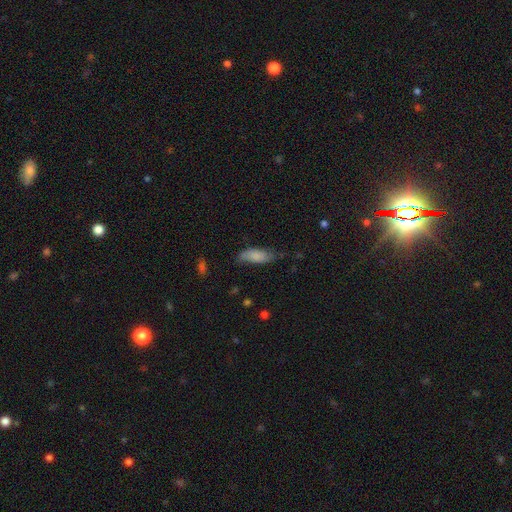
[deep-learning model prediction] A smooth galaxy with no disk features (79%) that is in between round and cigar-shaped (73%). Merging: none (62%).